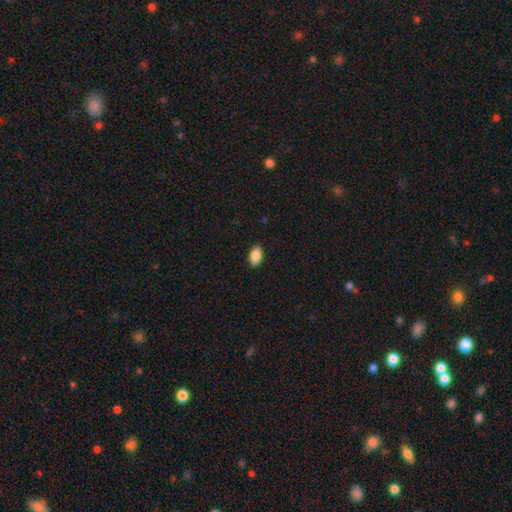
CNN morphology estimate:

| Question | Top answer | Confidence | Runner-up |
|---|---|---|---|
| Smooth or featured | smooth | 89% | star or artifact (7%) |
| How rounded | in between | 93% | round (5%) |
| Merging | none | 89% | minor disturbance (8%) |